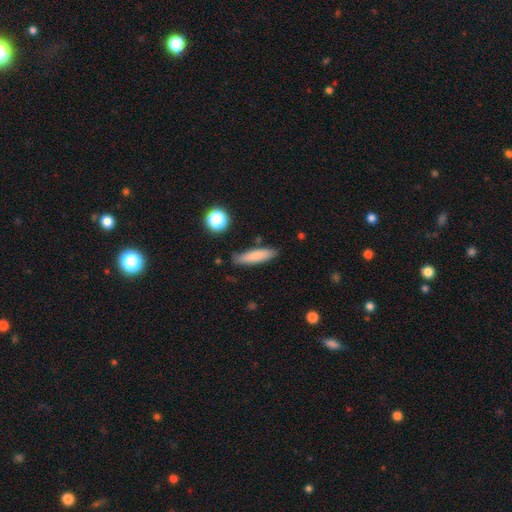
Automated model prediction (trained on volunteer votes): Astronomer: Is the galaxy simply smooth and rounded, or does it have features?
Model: smooth — 81%.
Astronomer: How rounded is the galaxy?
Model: cigar-shaped — 70%.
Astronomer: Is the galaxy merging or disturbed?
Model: none — 82%.